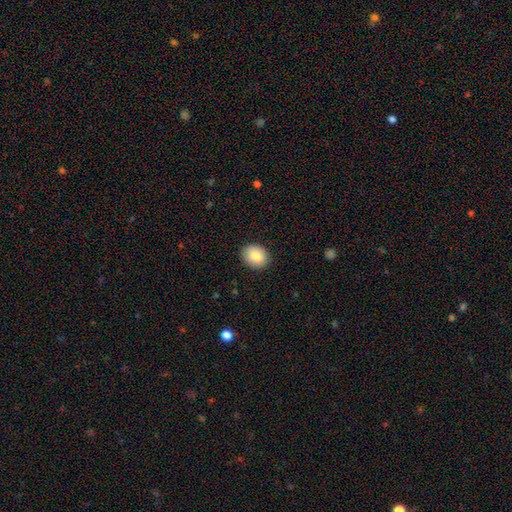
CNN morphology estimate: Smooth or featured? smooth (87%)
How rounded? in between (57%)
Merging? none (89%)